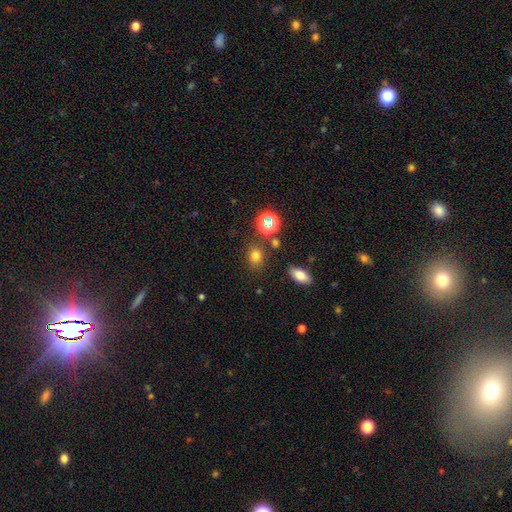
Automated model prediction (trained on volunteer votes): A smooth galaxy with no disk features (74%) that is round (56%). Merging: none (80%).